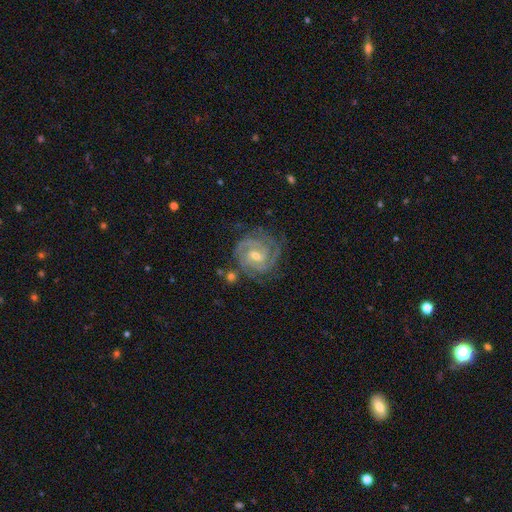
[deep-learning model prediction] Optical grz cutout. It shows a featured or disk galaxy (91%) with a weak bar (50%), 3 (36%) tight (75%) spiral arms (98%) and a moderate central bulge (50%). Merging: none (75%).